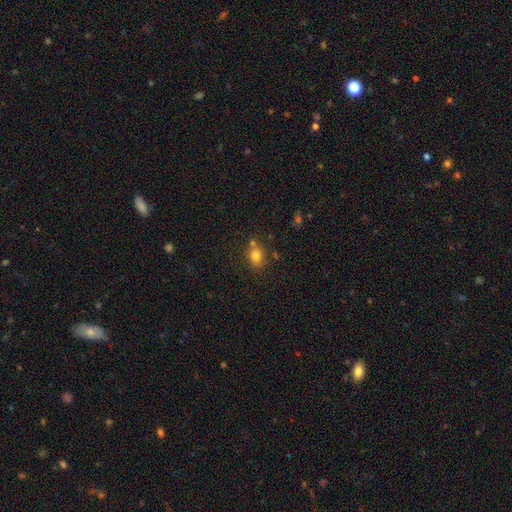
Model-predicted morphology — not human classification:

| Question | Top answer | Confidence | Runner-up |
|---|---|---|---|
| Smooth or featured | smooth | 78% | star or artifact (13%) |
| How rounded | round | 50% | in between (49%) |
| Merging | none | 64% | merger (18%) |